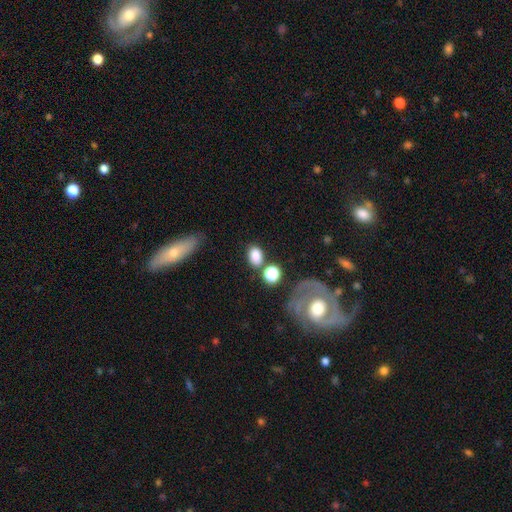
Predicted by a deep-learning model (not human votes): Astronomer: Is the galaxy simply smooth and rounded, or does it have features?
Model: smooth — 82%.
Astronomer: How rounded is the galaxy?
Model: in between — 77%.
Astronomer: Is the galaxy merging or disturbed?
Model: none — 64%.